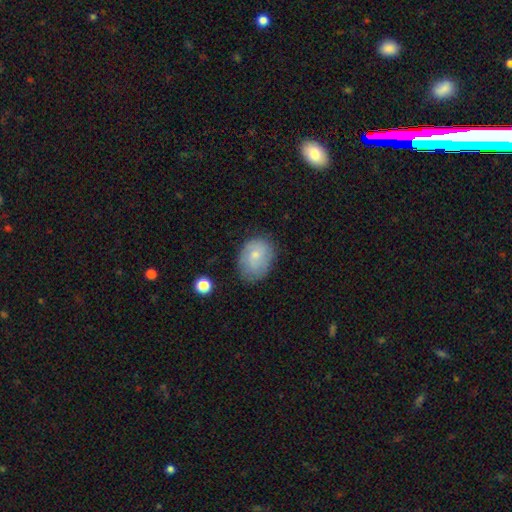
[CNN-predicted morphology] A smooth galaxy with no disk features (70%) that is in between round and cigar-shaped (64%).

Vote fractions:
- Smooth or featured? smooth: 70% / featured or disk: 22% / star or artifact: 8%
- How rounded? in between: 64% / round: 35% / cigar-shaped: 1%
- Merging? none: 67% / minor disturbance: 24% / major disturbance: 6% / merger: 2%